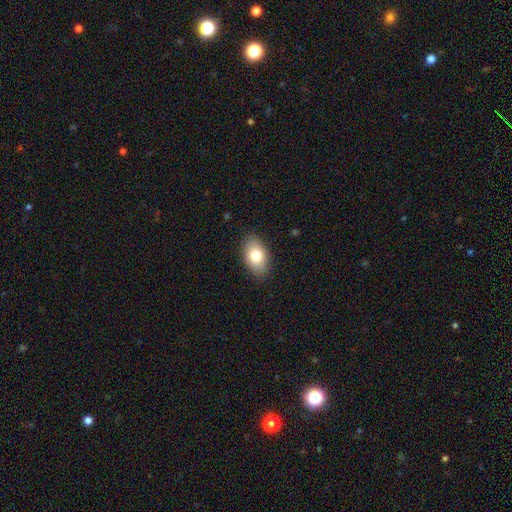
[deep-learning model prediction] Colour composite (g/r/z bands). It shows a smooth galaxy with no disk features (80%) that is in between round and cigar-shaped (89%). Merging: none (87%).